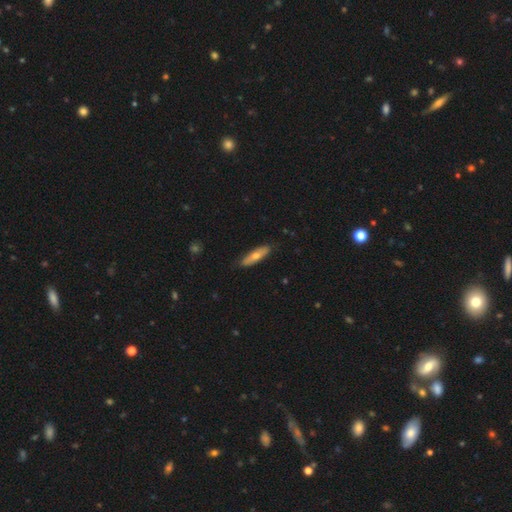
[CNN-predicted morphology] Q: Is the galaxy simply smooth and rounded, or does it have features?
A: smooth — 51%.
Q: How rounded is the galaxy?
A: cigar-shaped — 68%.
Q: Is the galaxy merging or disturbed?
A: none — 86%.